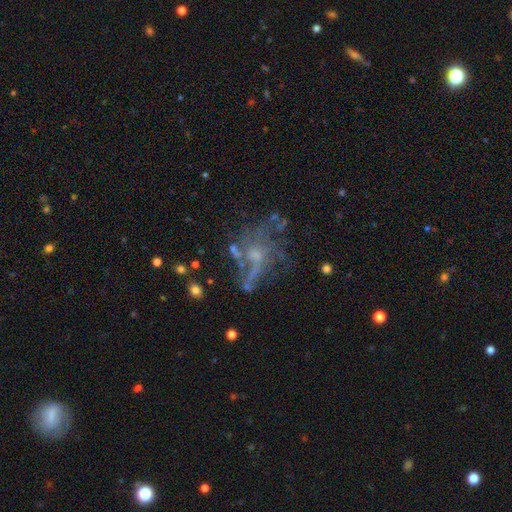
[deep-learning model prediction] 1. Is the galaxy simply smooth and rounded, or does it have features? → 64% featured or disk, 21% star or artifact, 15% smooth.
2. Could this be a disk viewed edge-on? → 95% no, 5% yes.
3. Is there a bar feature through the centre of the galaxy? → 77% no, 19% weak, 4% strong.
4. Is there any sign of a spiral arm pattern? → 51% yes, 49% no.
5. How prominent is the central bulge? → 46% small, 30% moderate, 20% none, 3% large, 1% dominant.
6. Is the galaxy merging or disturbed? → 48% none, 27% major disturbance, 16% minor disturbance, 8% merger.